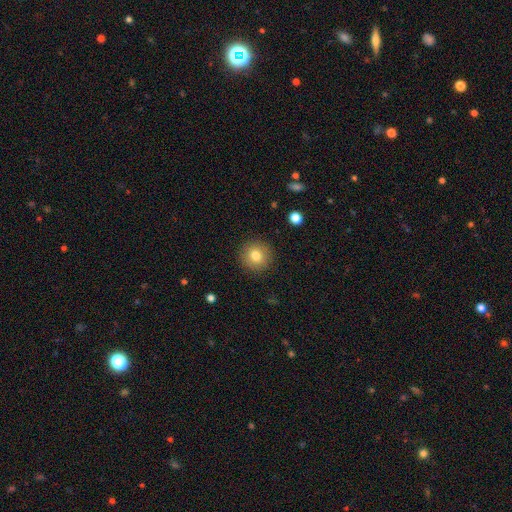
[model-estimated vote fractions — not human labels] Smooth or featured: smooth — 80% (star or artifact — 10%)
How rounded: round — 94% (in between — 5%)
Merging: none — 91% (minor disturbance — 6%)